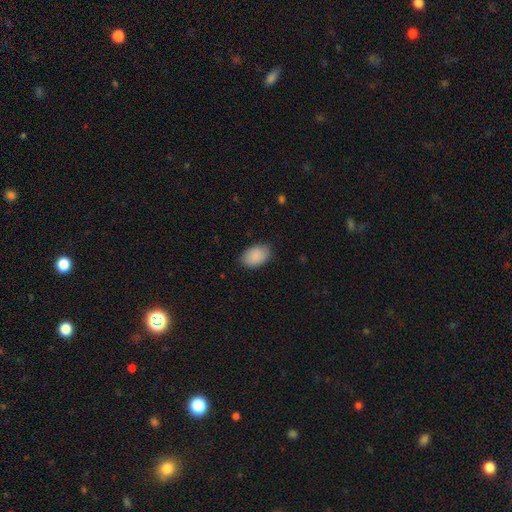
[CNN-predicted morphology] smooth 90%, star or artifact 6%, featured or disk 4%. Down the decision tree: how rounded — in between (89%); merging — none (84%).